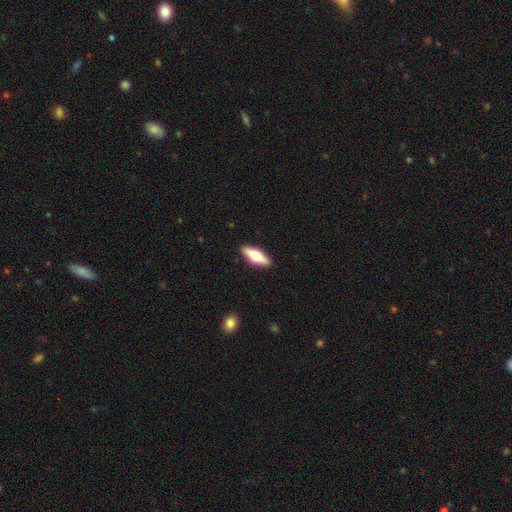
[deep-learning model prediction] Q: Smooth or featured?
A: smooth (53%); runner-up: featured or disk (41%)
Q: How rounded?
A: in between (50%); runner-up: cigar-shaped (47%)
Q: Merging?
A: none (90%); runner-up: minor disturbance (7%)